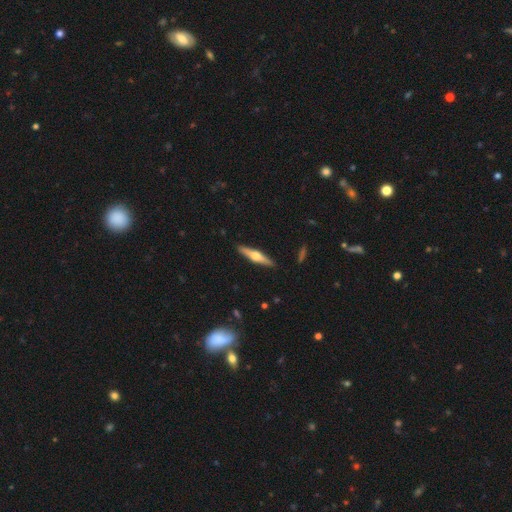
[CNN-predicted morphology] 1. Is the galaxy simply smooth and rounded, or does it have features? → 64% featured or disk, 31% smooth, 5% star or artifact.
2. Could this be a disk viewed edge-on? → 97% yes, 3% no.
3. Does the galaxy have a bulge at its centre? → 94% rounded, 3% boxy, 3% none.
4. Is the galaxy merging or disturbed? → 91% none, 7% minor disturbance, 1% major disturbance, 1% merger.